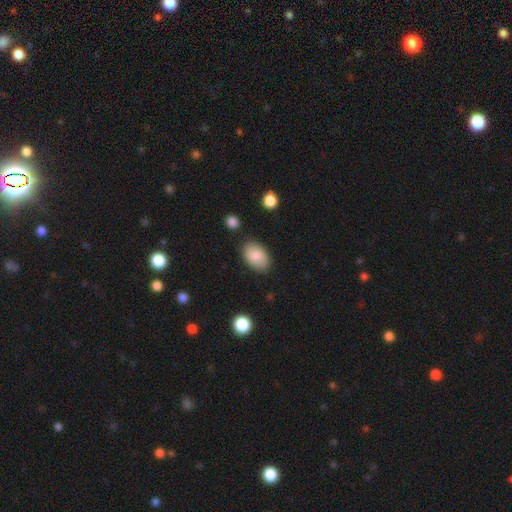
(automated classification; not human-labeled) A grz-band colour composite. It shows a smooth galaxy with no disk features (85%) that is in between round and cigar-shaped (91%). Merging: none (83%).